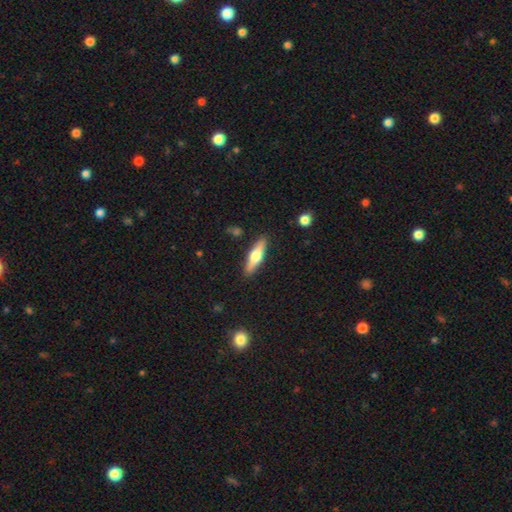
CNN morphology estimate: A featured or disk galaxy (48%). Merging: none (88%).